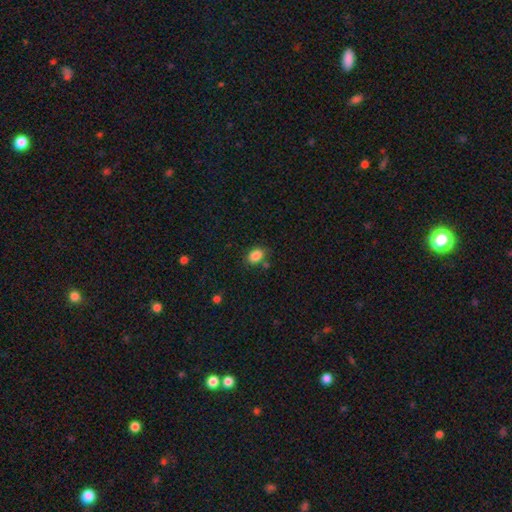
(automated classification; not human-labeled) Smooth or featured? Predicted: smooth (p=0.86). How rounded? Predicted: in between (p=0.80). Merging? Predicted: none (p=0.78).